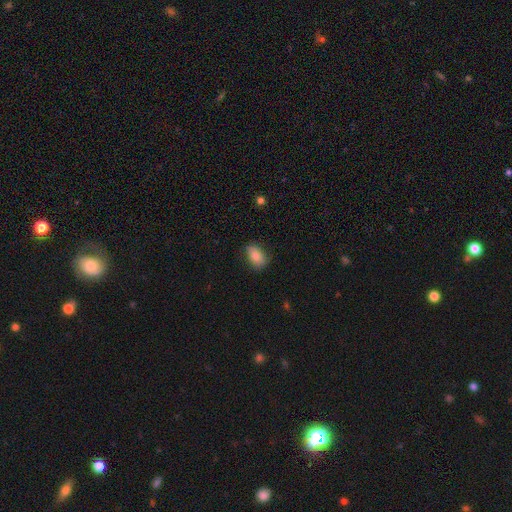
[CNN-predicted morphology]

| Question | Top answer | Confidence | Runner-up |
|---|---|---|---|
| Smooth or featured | smooth | 80% | featured or disk (12%) |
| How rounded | in between | 86% | round (12%) |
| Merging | none | 77% | minor disturbance (19%) |